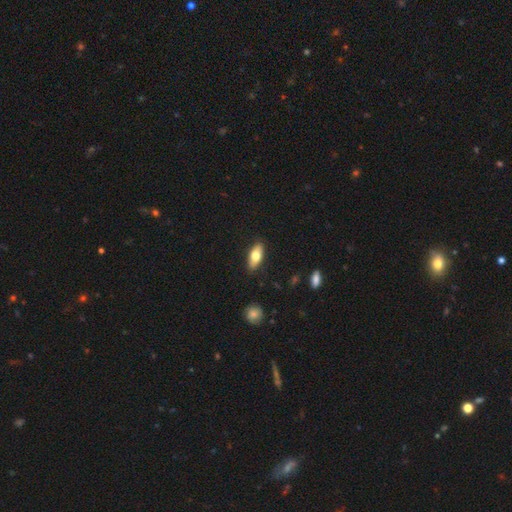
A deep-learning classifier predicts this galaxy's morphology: The model was most divided on "smooth or featured": smooth: 70%, featured or disk: 24%, star or artifact: 6%. More confident: merging — none (87%); how rounded — in between (78%).